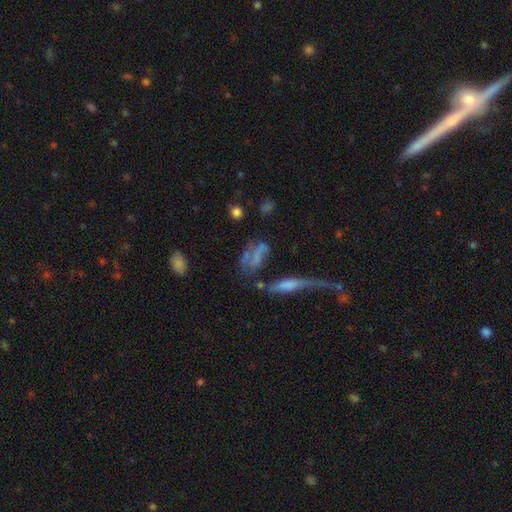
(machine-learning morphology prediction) Overall: smooth (45%; featured or disk 38%). Merging: none (34%; major disturbance 26%).